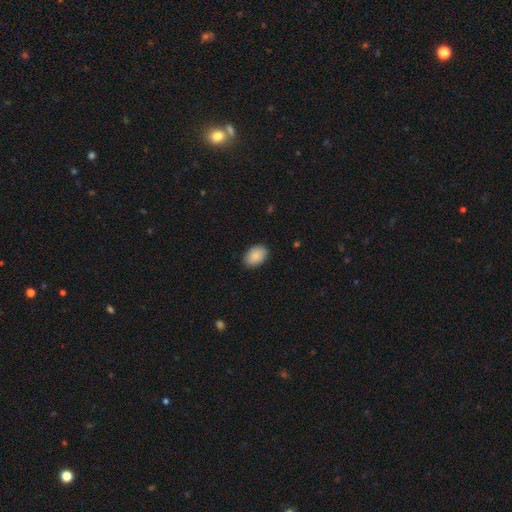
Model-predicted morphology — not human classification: Overall: smooth (89%). How rounded: in between (85%). Merging: none (88%).